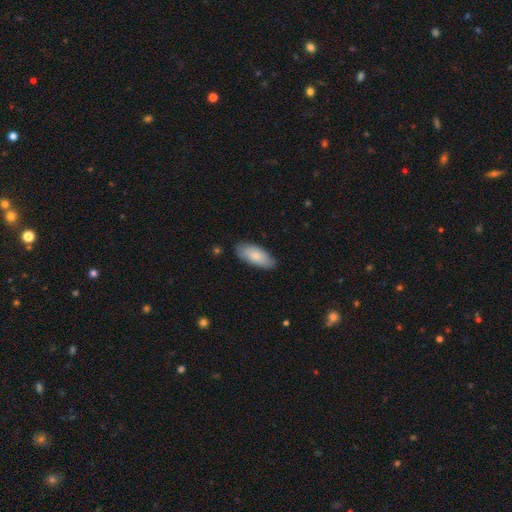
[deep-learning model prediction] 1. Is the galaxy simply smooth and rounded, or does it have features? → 82% smooth, 13% featured or disk, 5% star or artifact.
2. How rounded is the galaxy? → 86% in between, 12% cigar-shaped, 2% round.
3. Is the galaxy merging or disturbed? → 82% none, 14% minor disturbance, 2% major disturbance, 1% merger.